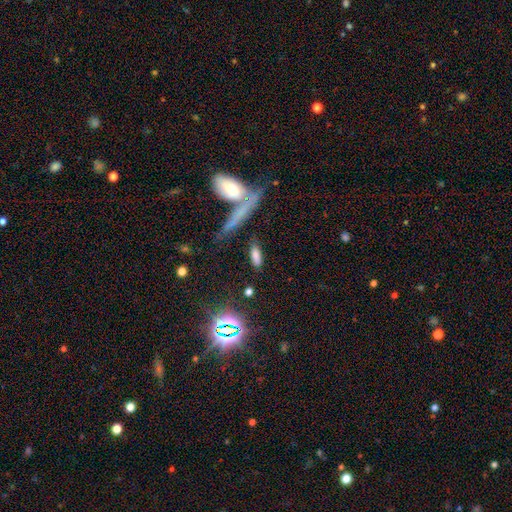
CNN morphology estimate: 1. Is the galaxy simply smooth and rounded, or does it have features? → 77% smooth, 12% featured or disk, 11% star or artifact.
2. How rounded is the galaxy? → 57% in between, 40% cigar-shaped, 3% round.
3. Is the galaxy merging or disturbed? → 70% none, 14% minor disturbance, 10% merger, 6% major disturbance.